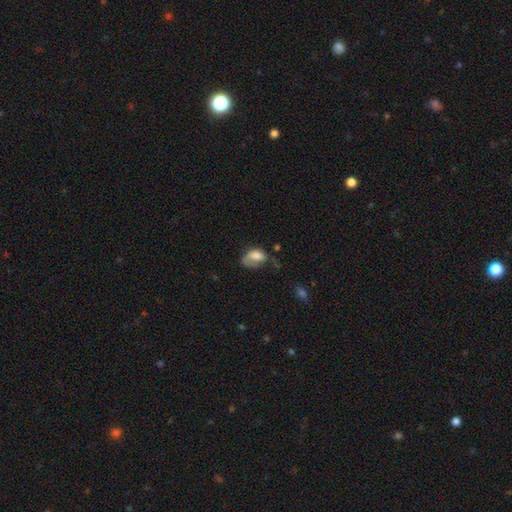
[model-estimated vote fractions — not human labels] Smooth or featured: smooth — 68% (featured or disk — 24%)
How rounded: in between — 86% (round — 13%)
Merging: major disturbance — 36% (minor disturbance — 31%)